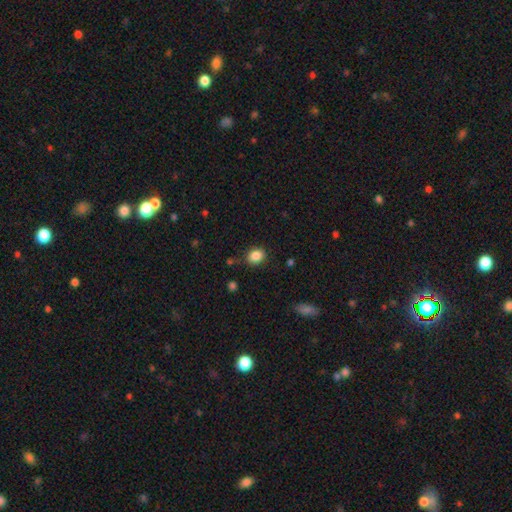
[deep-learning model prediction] Smooth or featured? smooth (86%)
How rounded? round (52%)
Merging? none (80%)